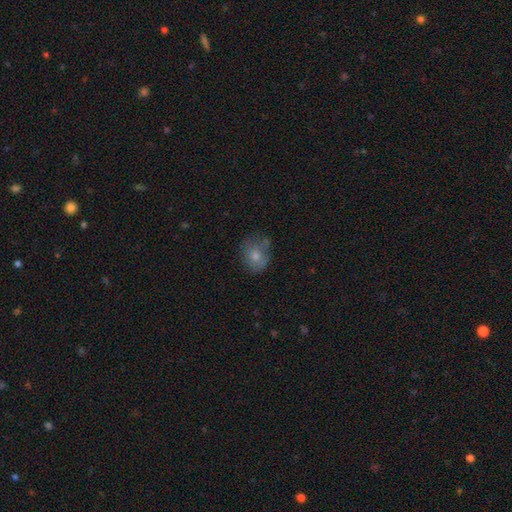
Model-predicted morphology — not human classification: Q: Smooth or featured?
A: smooth (73%); runner-up: featured or disk (17%)
Q: How rounded?
A: round (58%); runner-up: in between (41%)
Q: Merging?
A: none (55%); runner-up: minor disturbance (28%)